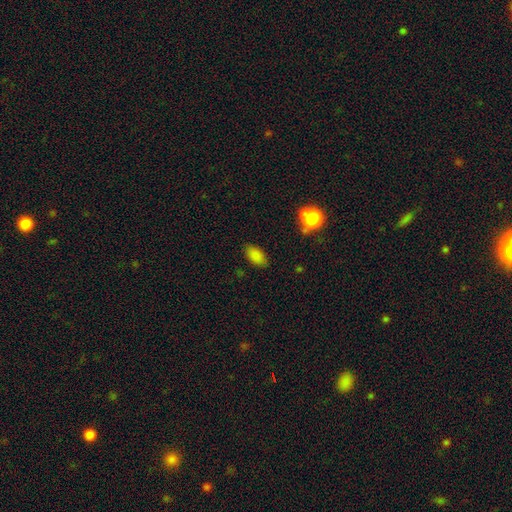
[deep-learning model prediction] smooth-or-featured: smooth: 86% | star or artifact: 10% | featured or disk: 5%
  how-rounded: in between: 92% | round: 5% | cigar-shaped: 3%
  merging: none: 84% | minor disturbance: 11% | major disturbance: 3% | merger: 2%